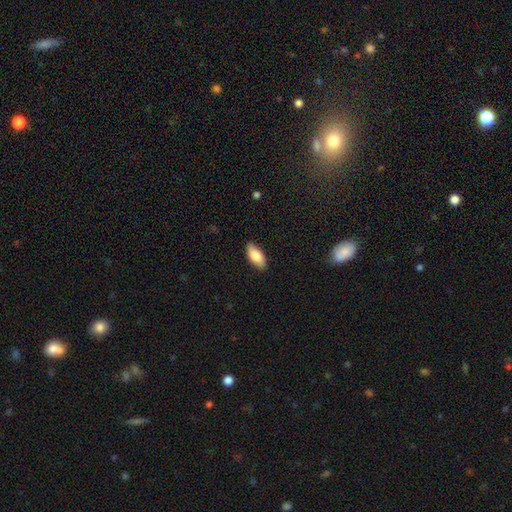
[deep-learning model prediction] A smooth galaxy with no disk features (82%) that is in between round and cigar-shaped (87%). Merging: none (88%).